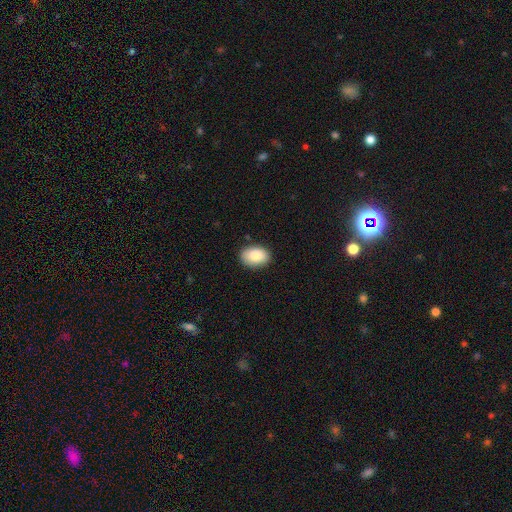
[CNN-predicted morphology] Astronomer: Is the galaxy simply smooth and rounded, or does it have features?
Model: smooth — 86%.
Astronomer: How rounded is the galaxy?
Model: in between — 86%.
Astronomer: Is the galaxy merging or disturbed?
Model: none — 86%.